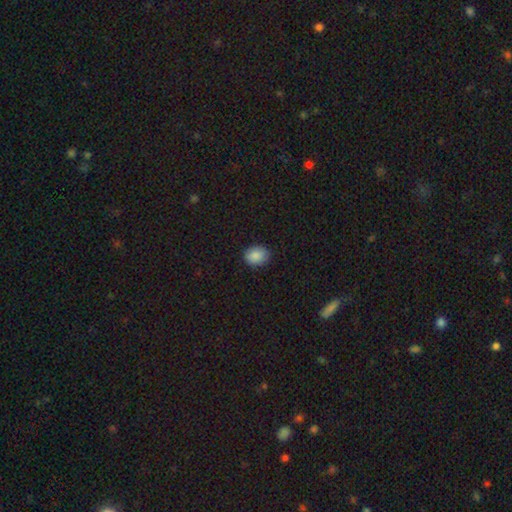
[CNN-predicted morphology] Q: Smooth or featured?
A: smooth (88%); runner-up: star or artifact (8%)
Q: How rounded?
A: in between (54%); runner-up: round (45%)
Q: Merging?
A: none (87%); runner-up: minor disturbance (10%)